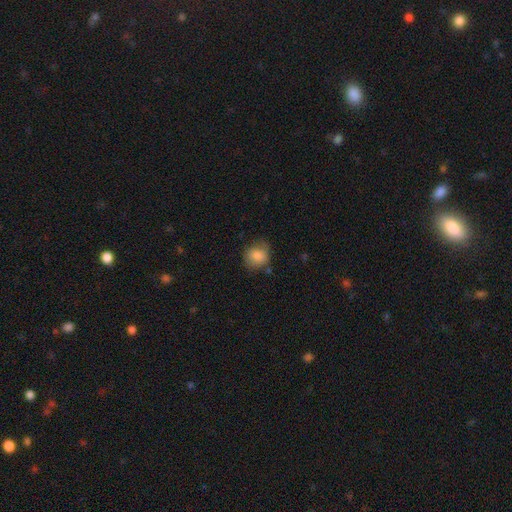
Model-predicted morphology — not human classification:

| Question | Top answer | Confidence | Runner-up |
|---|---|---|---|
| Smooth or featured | smooth | 81% | featured or disk (11%) |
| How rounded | round | 76% | in between (23%) |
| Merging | none | 64% | minor disturbance (25%) |